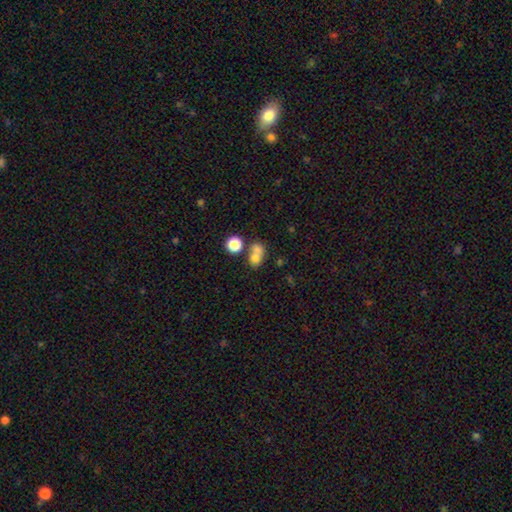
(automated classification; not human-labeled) Smooth or featured: smooth — 72% (star or artifact — 15%)
How rounded: round — 62% (in between — 37%)
Merging: merger — 51% (none — 34%)